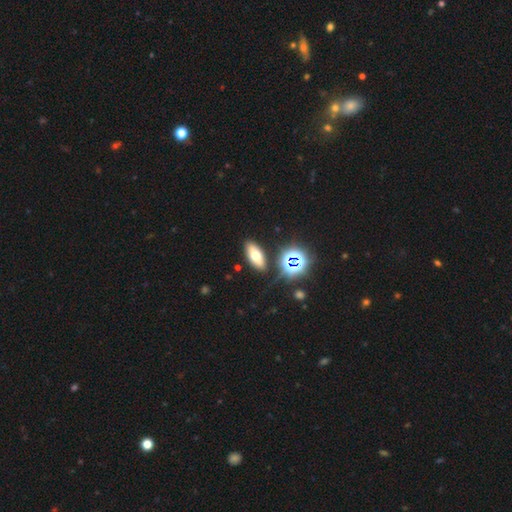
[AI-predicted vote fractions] smooth_or_featured: smooth (p=0.61) [alt: featured or disk p=0.20]
how_rounded: in between (p=0.79) [alt: cigar-shaped p=0.13]
merging: none (p=0.84) [alt: minor disturbance p=0.09]